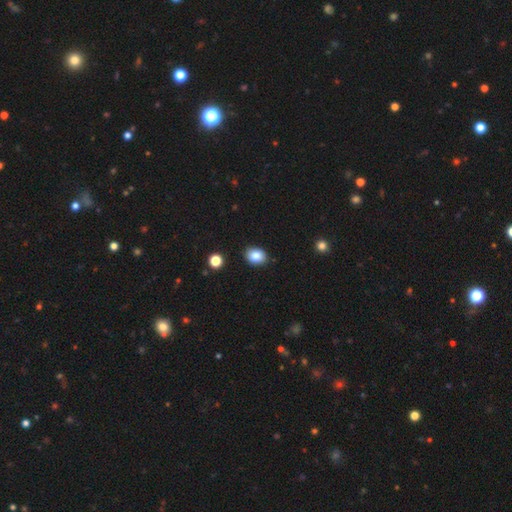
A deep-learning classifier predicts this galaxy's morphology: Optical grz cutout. It shows a smooth galaxy with no disk features (85%) that is in between round and cigar-shaped (57%). Merging: none (87%).